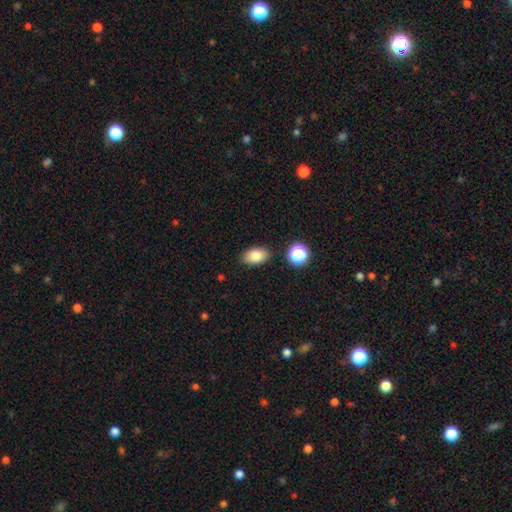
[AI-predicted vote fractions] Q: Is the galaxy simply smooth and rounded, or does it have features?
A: smooth — 83%.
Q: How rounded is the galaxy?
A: in between — 90%.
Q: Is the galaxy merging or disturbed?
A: none — 85%.